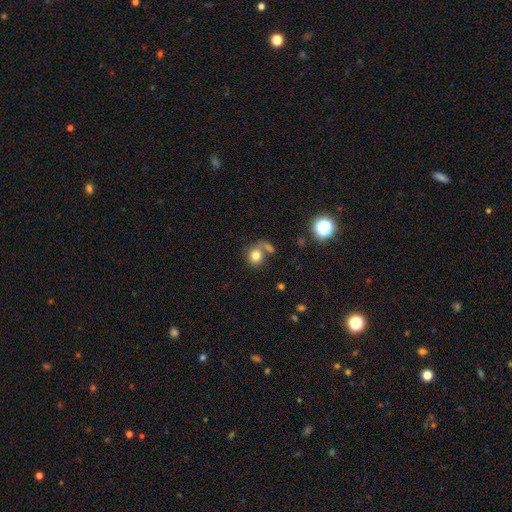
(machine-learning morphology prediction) This appears to be a smooth galaxy with no disk features (79%) that is round (71%). Merging: none (46%).